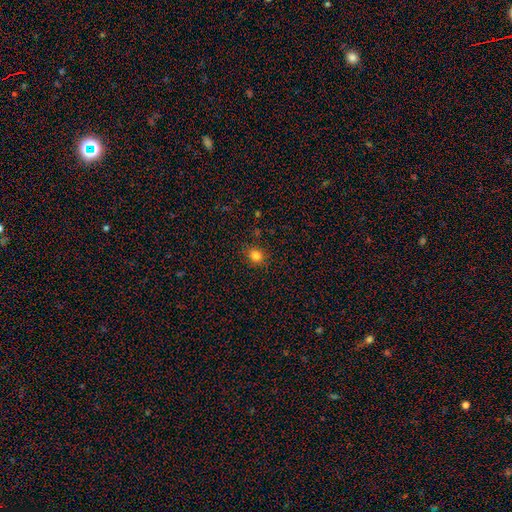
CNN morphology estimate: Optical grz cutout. It shows a smooth galaxy with no disk features (81%) that is round (75%). Merging: none (86%).